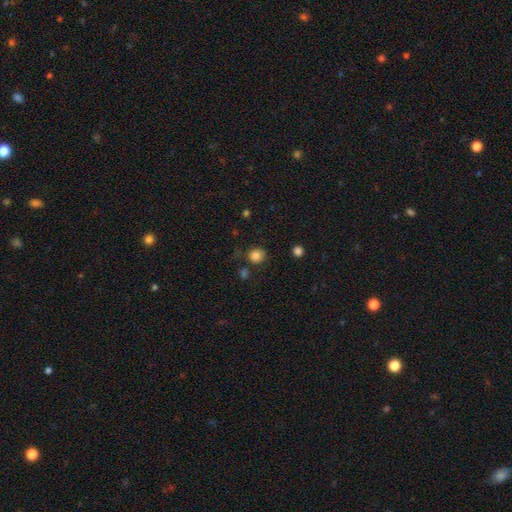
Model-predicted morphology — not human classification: A smooth galaxy with no disk features (83%) that is round (89%).

Vote fractions:
- Smooth or featured? smooth: 83% / star or artifact: 12% / featured or disk: 5%
- How rounded? round: 89% / in between: 10% / cigar-shaped: 1%
- Merging? none: 81% / minor disturbance: 11% / merger: 5% / major disturbance: 4%